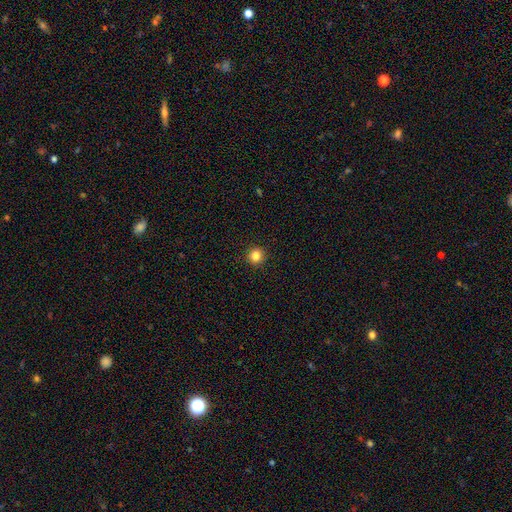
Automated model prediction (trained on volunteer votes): A smooth galaxy with no disk features (84%) that is round (94%). Merging: none (93%).